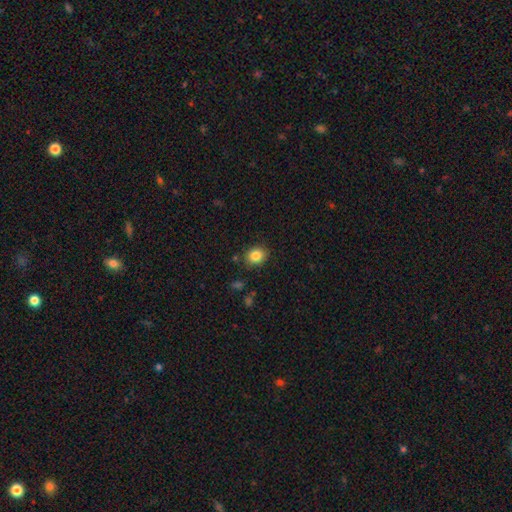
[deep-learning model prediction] smooth_or_featured: smooth (p=0.85) [alt: star or artifact p=0.10]
how_rounded: round (p=0.61) [alt: in between p=0.38]
merging: none (p=0.85) [alt: minor disturbance p=0.10]